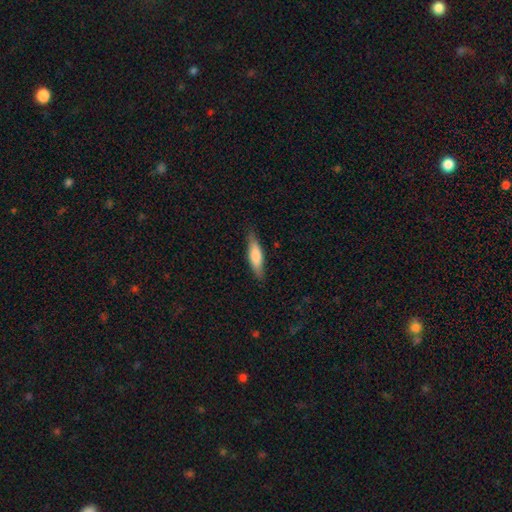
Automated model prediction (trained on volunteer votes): A smooth galaxy with no disk features (72%) that is cigar-shaped (65%).

Vote fractions:
- Smooth or featured? smooth: 72% / featured or disk: 22% / star or artifact: 5%
- How rounded? cigar-shaped: 65% / in between: 33% / round: 2%
- Merging? none: 83% / minor disturbance: 14% / major disturbance: 2% / merger: 1%